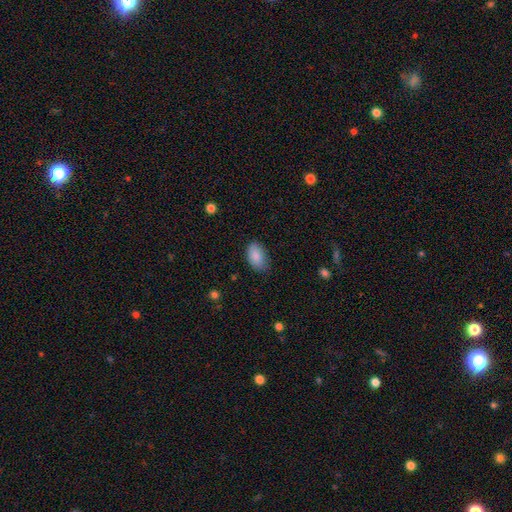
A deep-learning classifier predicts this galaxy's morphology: Q: Smooth or featured?
A: smooth (88%); runner-up: star or artifact (7%)
Q: How rounded?
A: in between (92%); runner-up: round (6%)
Q: Merging?
A: none (74%); runner-up: minor disturbance (21%)